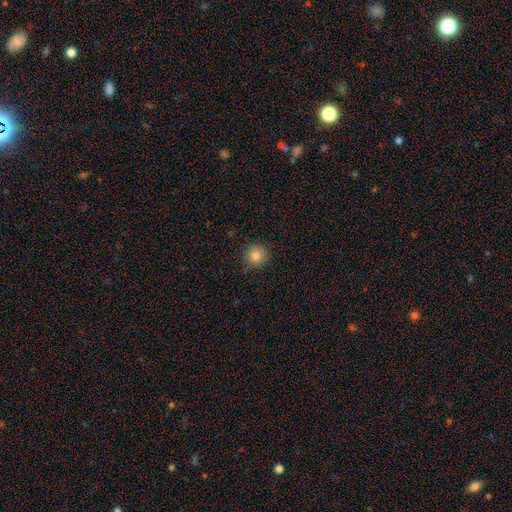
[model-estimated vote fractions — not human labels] Q: Smooth or featured?
A: smooth (82%); runner-up: star or artifact (11%)
Q: How rounded?
A: round (93%); runner-up: in between (6%)
Q: Merging?
A: none (88%); runner-up: minor disturbance (9%)